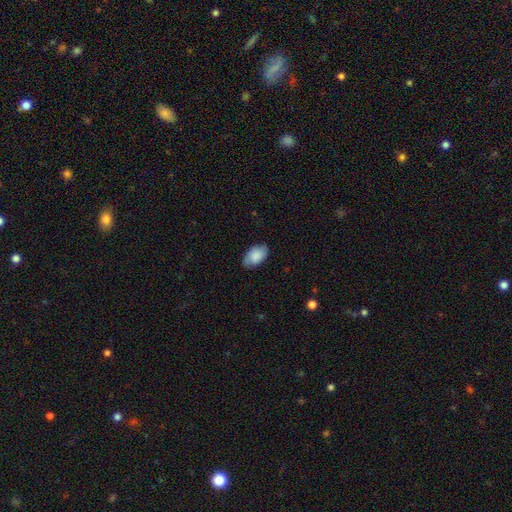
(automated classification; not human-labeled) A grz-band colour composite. It shows a smooth galaxy with no disk features (84%) that is in between round and cigar-shaped (94%). Merging: none (79%).